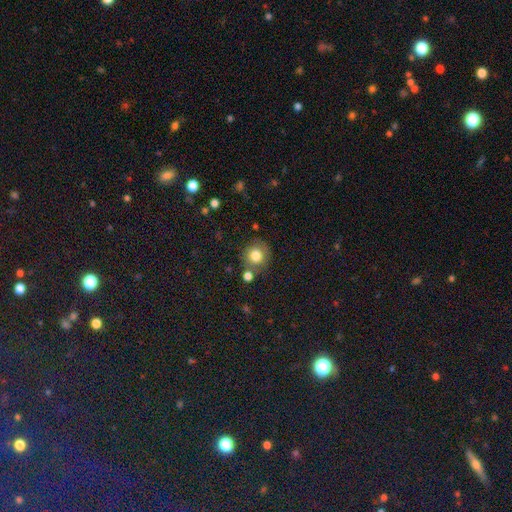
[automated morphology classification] This appears to be a smooth galaxy with no disk features (80%) that is round (87%). Merging: none (73%).